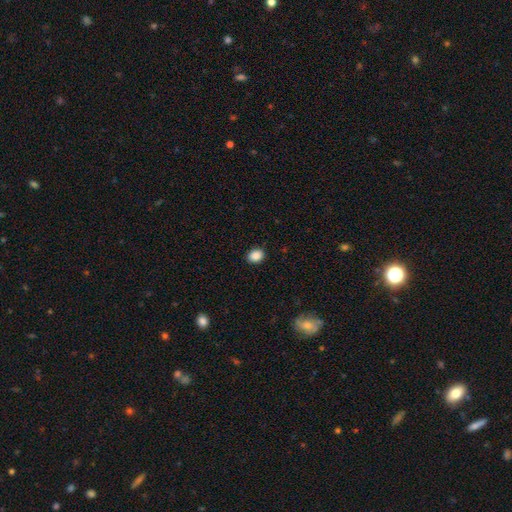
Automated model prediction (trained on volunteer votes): Smooth or featured? Predicted: smooth (p=0.89). How rounded? Predicted: round (p=0.53). Merging? Predicted: none (p=0.90).